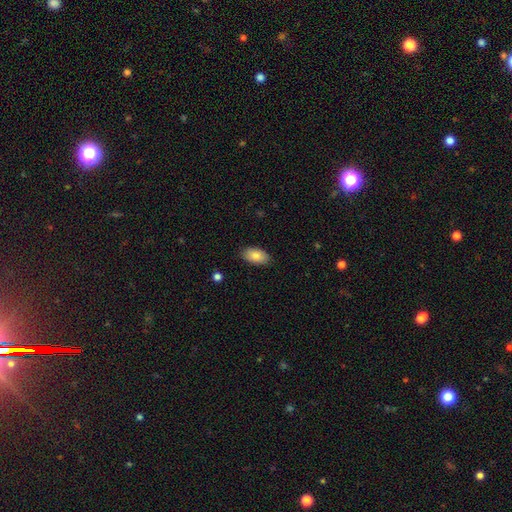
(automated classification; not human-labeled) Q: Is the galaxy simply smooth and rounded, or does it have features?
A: smooth — 83%.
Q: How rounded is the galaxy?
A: in between — 94%.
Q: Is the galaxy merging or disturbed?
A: none — 86%.